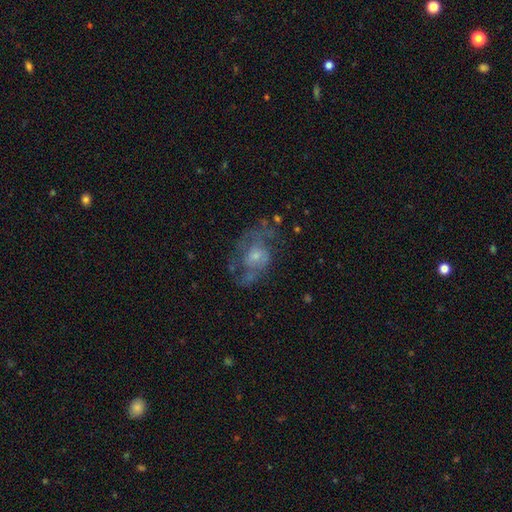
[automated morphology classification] smooth_or_featured: featured or disk (p=0.72) [alt: smooth p=0.16]
disk_edge_on: no (p=0.96) [alt: yes p=0.04]
bar: no (p=0.71) [alt: weak p=0.25]
has_spiral_arms: yes (p=0.77) [alt: no p=0.23]
spiral_winding: medium (p=0.48) [alt: tight p=0.27]
spiral_arm_count: 2 (p=0.53) [alt: can't tell p=0.27]
bulge_size: small (p=0.48) [alt: moderate p=0.40]
merging: none (p=0.60) [alt: minor disturbance p=0.19]